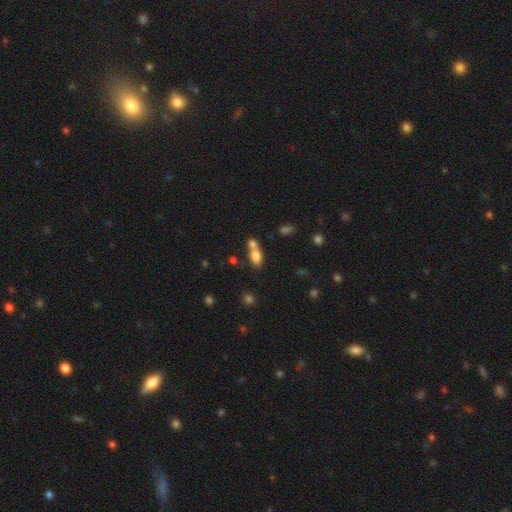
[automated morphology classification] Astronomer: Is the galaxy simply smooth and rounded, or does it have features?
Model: smooth — 76%.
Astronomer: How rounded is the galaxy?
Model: in between — 77%.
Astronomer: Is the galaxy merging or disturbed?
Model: merger — 58%.